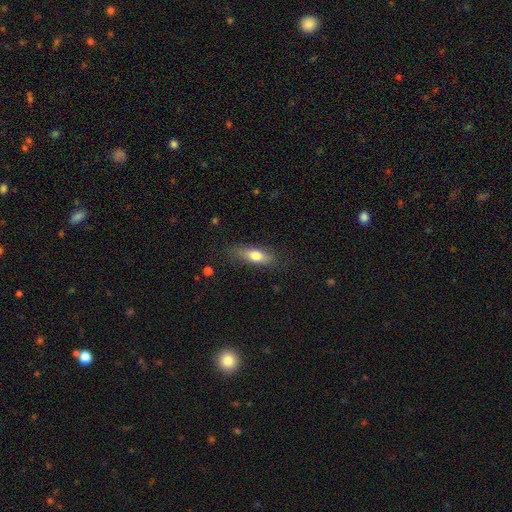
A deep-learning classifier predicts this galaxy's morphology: Smooth or featured: smooth — 71% (featured or disk — 22%)
How rounded: in between — 61% (cigar-shaped — 36%)
Merging: none — 75% (minor disturbance — 18%)